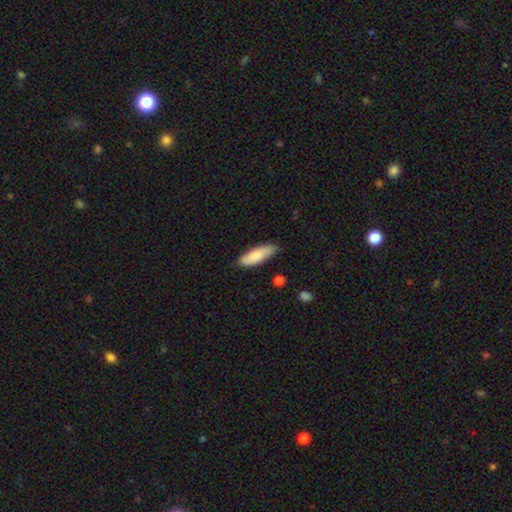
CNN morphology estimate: This is clearly a smooth galaxy (81%). How rounded: possibly in between (54%). Merging: likely none (80%).